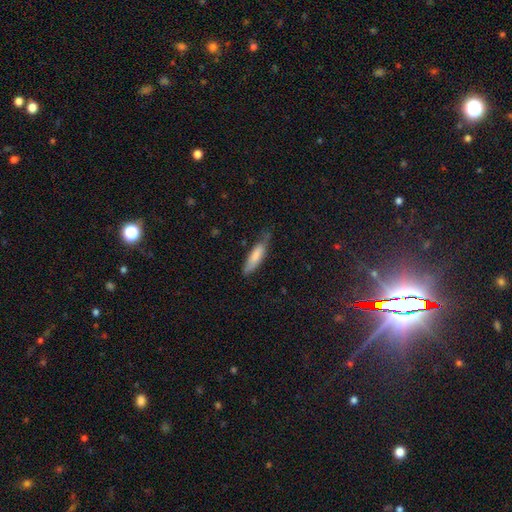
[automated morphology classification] smooth_or_featured: smooth (p=0.76) [alt: featured or disk p=0.18]
how_rounded: cigar-shaped (p=0.61) [alt: in between p=0.38]
merging: none (p=0.57) [alt: minor disturbance p=0.33]